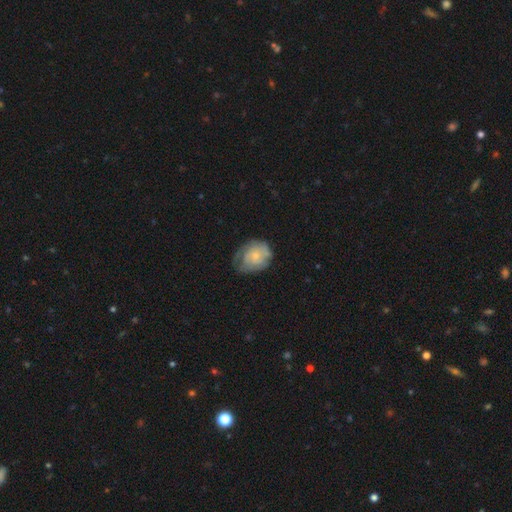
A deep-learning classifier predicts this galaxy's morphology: Smooth or featured: featured or disk — 49% (smooth — 44%)
Merging: none — 47% (minor disturbance — 33%)